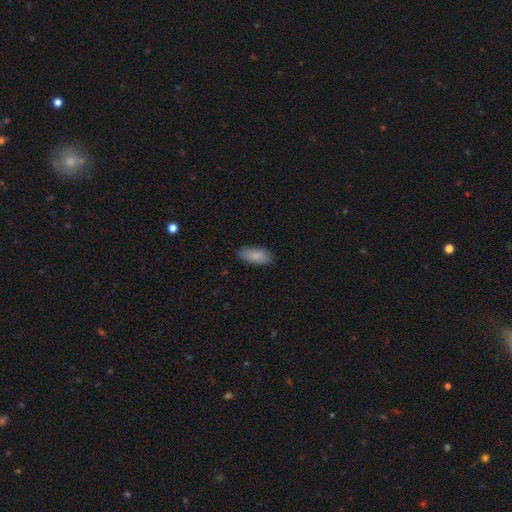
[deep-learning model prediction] Q: Smooth or featured?
A: smooth (87%); runner-up: featured or disk (7%)
Q: How rounded?
A: in between (82%); runner-up: cigar-shaped (17%)
Q: Merging?
A: none (86%); runner-up: minor disturbance (11%)